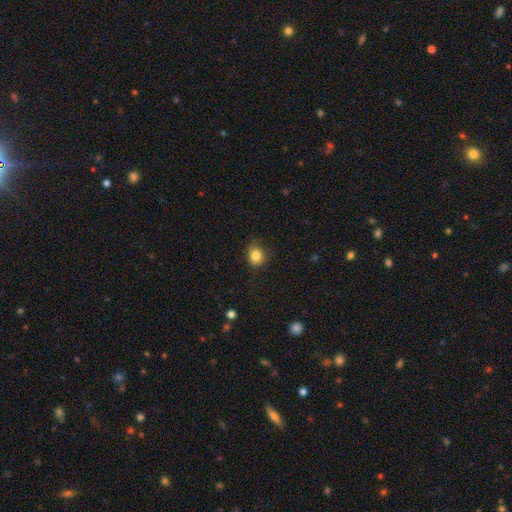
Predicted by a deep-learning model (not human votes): This appears to be a smooth galaxy with no disk features (84%) that is round (77%). Merging: none (82%).